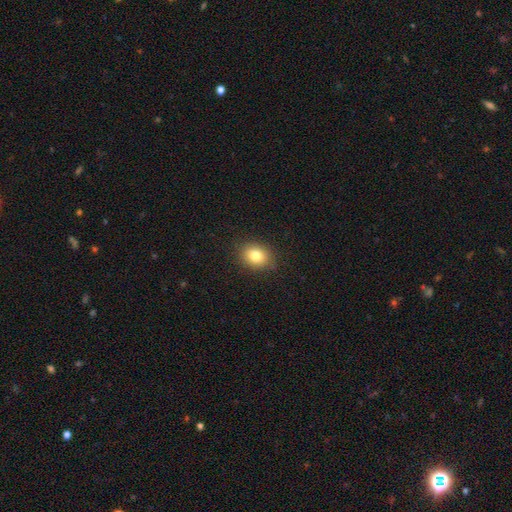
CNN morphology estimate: smooth 80%, star or artifact 11%, featured or disk 9%. Down the decision tree: how rounded — round (50%); merging — none (87%).